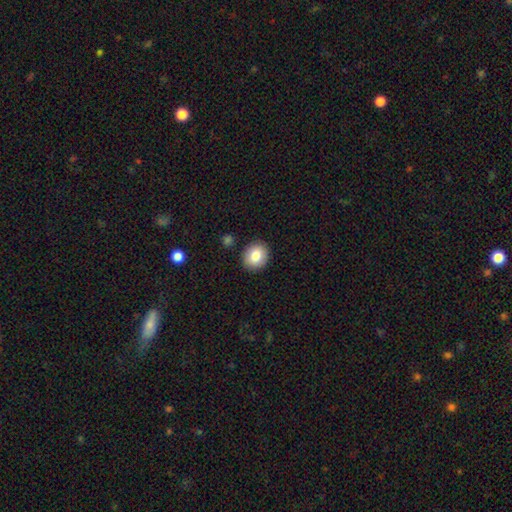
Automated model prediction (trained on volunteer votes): The model was most divided on "how rounded": round: 65%, in between: 34%, cigar-shaped: 1%. More confident: merging — none (88%); smooth or featured — smooth (83%).